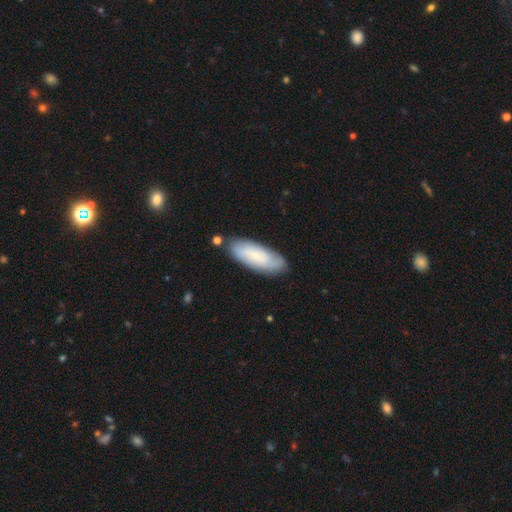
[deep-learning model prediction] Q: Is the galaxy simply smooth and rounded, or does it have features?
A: smooth — 57%.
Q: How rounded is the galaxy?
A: in between — 67%.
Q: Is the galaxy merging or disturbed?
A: none — 80%.